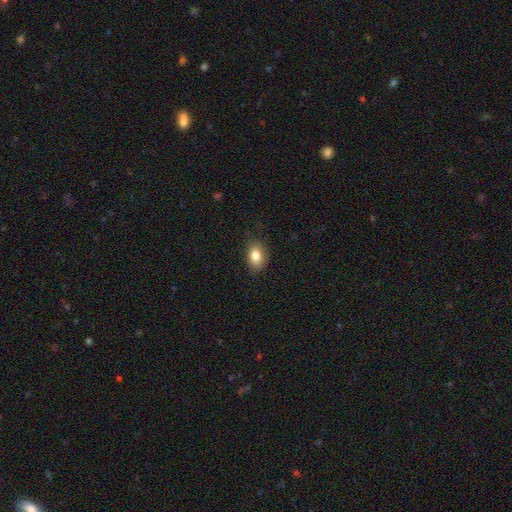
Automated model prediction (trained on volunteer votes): The model was most divided on "merging": none: 81%, minor disturbance: 15%, major disturbance: 3%, merger: 1%. More confident: how rounded — in between (84%); smooth or featured — smooth (83%).